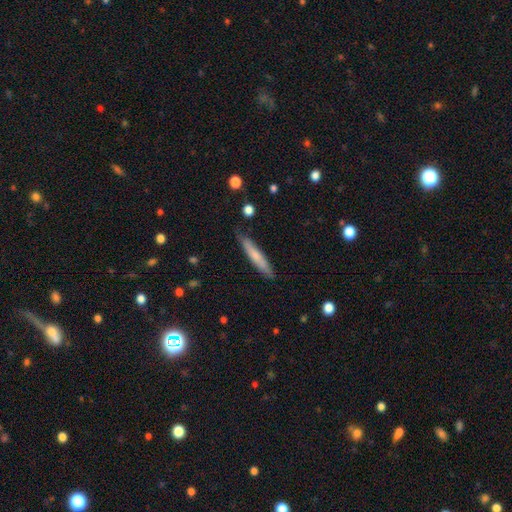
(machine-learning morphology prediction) A smooth galaxy with no disk features (66%) that is cigar-shaped (92%). Merging: none (85%).